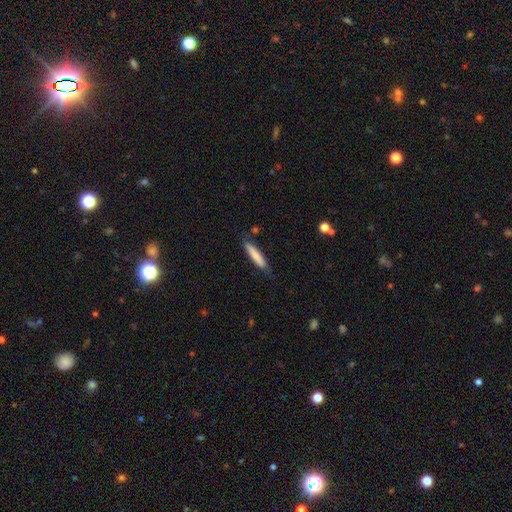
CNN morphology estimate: A smooth galaxy with no disk features (75%) that is cigar-shaped (88%). Merging: none (74%).